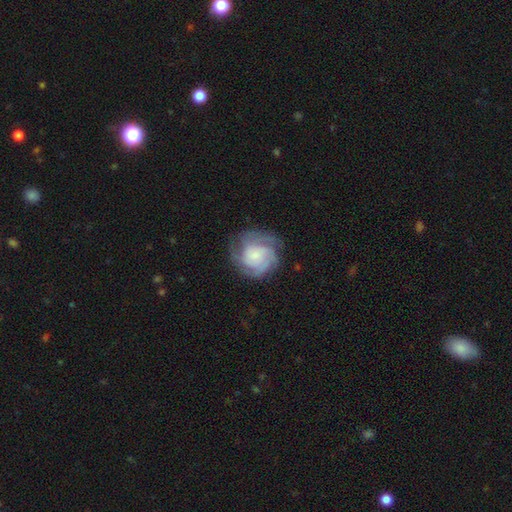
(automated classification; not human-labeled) Overall: featured or disk (73%). Edge-on disk: no (98%). Bar: no (74%). Spiral arms: yes (94%). Spiral arm count: 3 (33%; can't tell 25%). Spiral winding: tight (54%; medium 36%). Bulge size: small (51%; moderate 25%). Merging: none (71%).